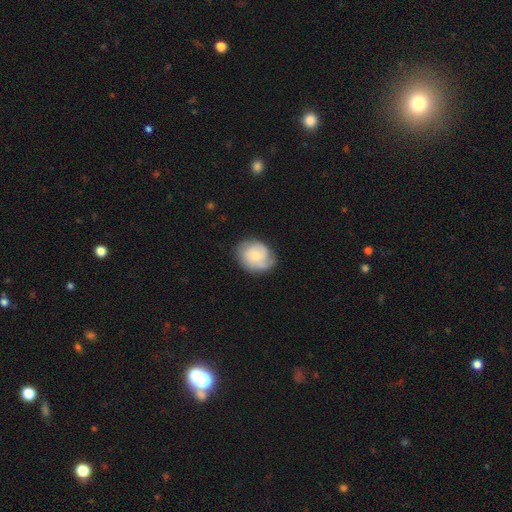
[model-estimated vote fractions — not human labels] The model was most divided on "bulge size": small: 52%, moderate: 39%, none: 4%, large: 4%, dominant: 1%. More confident: edge-on disk — no (97%); spiral arms — yes (86%); bar — no (74%); merging — none (71%); smooth or featured — featured or disk (56%).